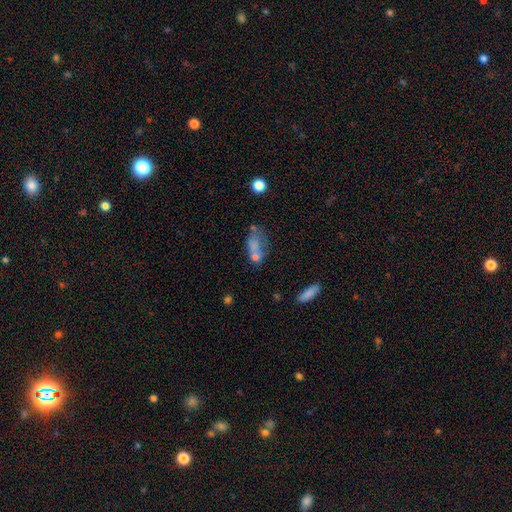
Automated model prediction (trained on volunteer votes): The model was most divided on "merging": merger: 35%, none: 27%, major disturbance: 21%, minor disturbance: 17%. More confident: how rounded — in between (79%); smooth or featured — smooth (62%).